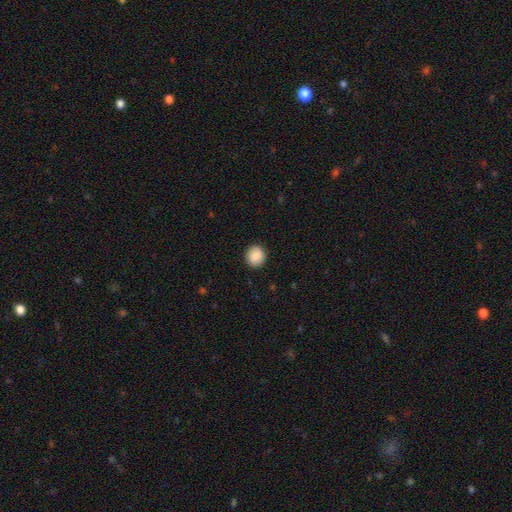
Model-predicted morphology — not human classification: The model was most divided on "how rounded": round: 89%, in between: 10%, cigar-shaped: 1%. More confident: merging — none (91%); smooth or featured — smooth (86%).